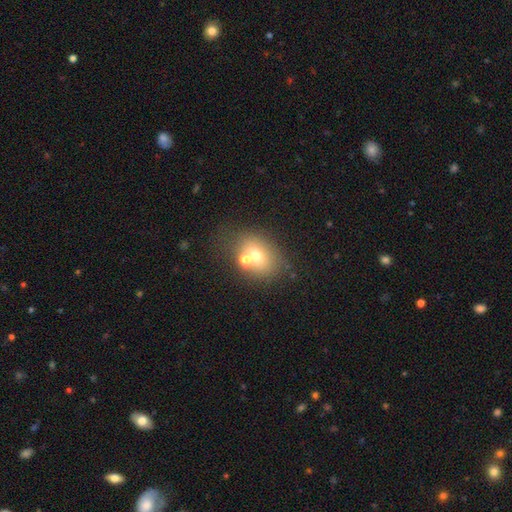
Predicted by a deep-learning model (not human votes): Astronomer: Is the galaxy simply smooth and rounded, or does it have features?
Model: smooth — 61%.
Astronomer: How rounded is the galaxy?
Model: in between — 58% (runner-up: round, 40%).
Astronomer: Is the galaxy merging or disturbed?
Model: none — 54%.